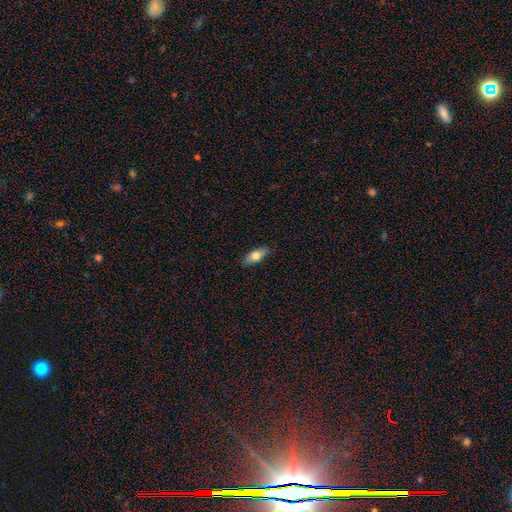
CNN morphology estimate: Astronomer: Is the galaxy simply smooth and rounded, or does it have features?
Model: smooth — 68%.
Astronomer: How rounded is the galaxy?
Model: in between — 76%.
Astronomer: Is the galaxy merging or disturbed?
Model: none — 85%.